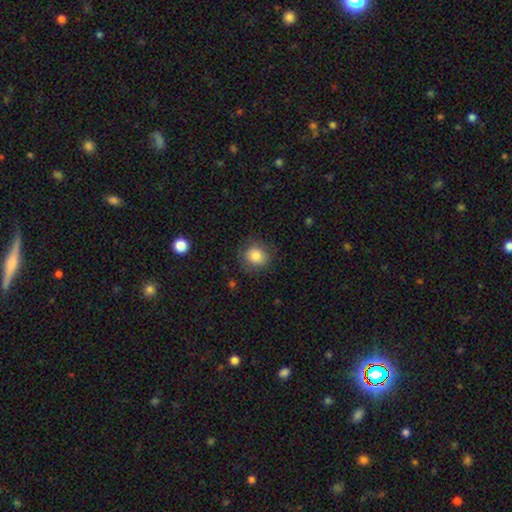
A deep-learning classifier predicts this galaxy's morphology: Smooth or featured? smooth (83%)
How rounded? round (83%)
Merging? none (82%)